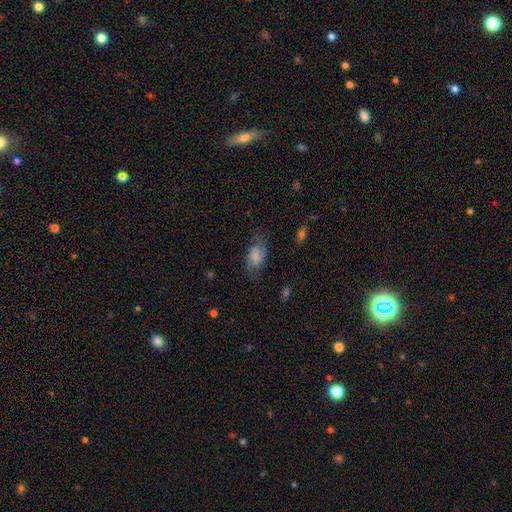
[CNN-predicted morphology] Smooth or featured? Predicted: smooth (p=0.56). How rounded? Predicted: in between (p=0.88). Merging? Predicted: none (p=0.61).